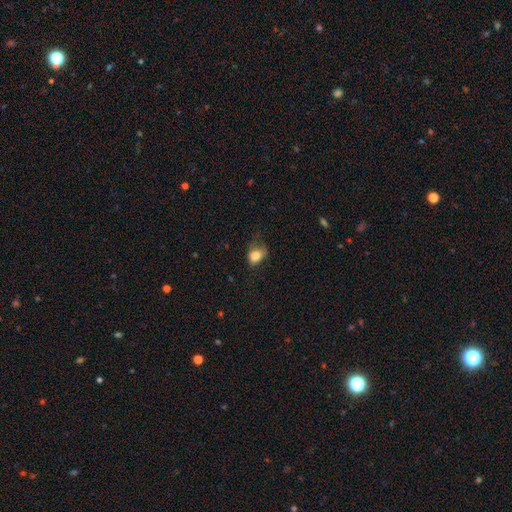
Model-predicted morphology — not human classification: The model was most divided on "merging": none: 40%, minor disturbance: 35%, major disturbance: 23%, merger: 2%. More confident: smooth or featured — smooth (82%); how rounded — in between (66%).